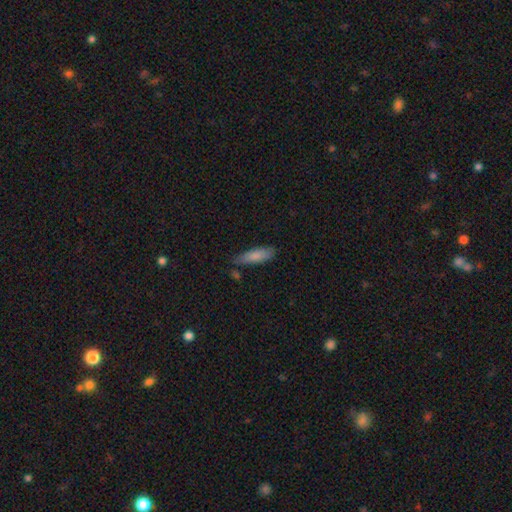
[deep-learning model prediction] A smooth galaxy with no disk features (82%) that is cigar-shaped (52%). Merging: none (69%).